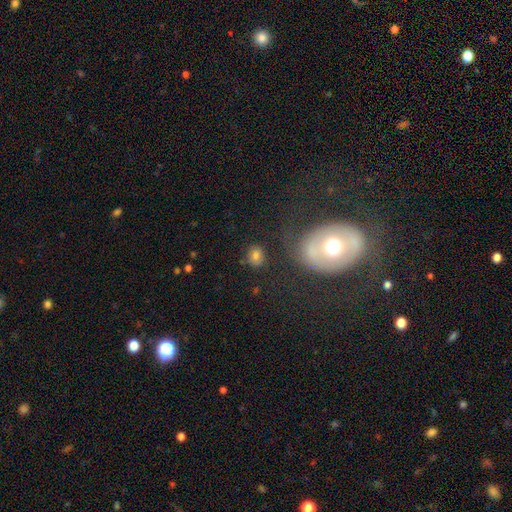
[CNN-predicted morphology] Smooth or featured? Predicted: smooth (p=0.75). How rounded? Predicted: round (p=0.64). Merging? Predicted: none (p=0.79).